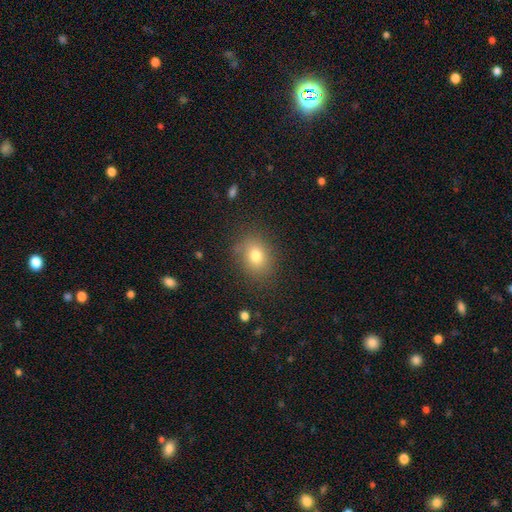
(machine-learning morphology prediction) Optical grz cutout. It shows a smooth galaxy with no disk features (78%) that is in between round and cigar-shaped (54%). Merging: none (82%).